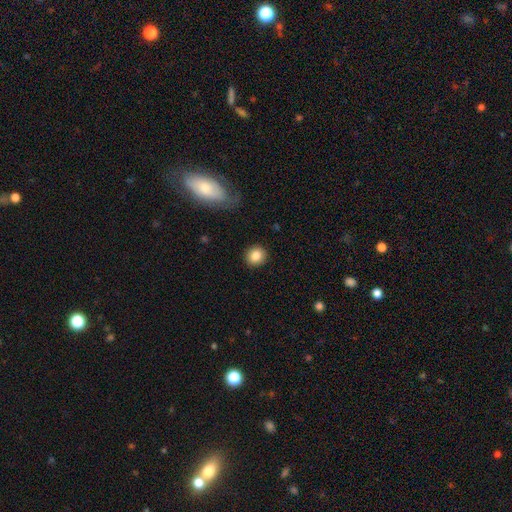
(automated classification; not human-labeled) smooth_or_featured: smooth (p=0.85) [alt: star or artifact p=0.09]
how_rounded: round (p=0.87) [alt: in between p=0.12]
merging: none (p=0.91) [alt: minor disturbance p=0.06]